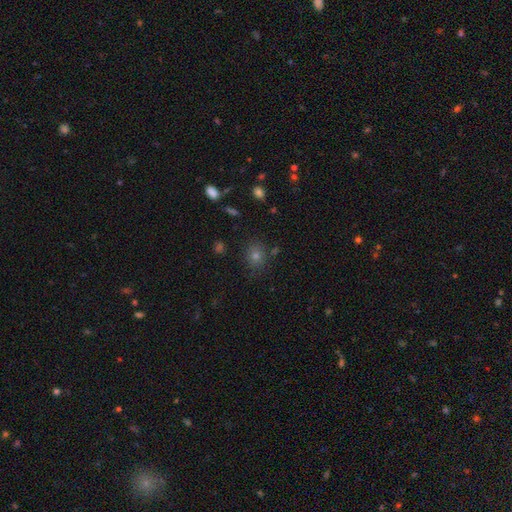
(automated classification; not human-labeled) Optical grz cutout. It shows a smooth galaxy with no disk features (66%) that is round (77%). Merging: none (85%).